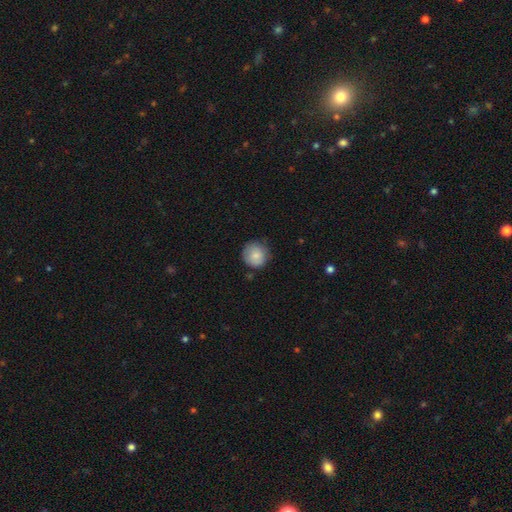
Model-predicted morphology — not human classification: Smooth or featured? smooth (82%)
How rounded? round (91%)
Merging? none (75%)